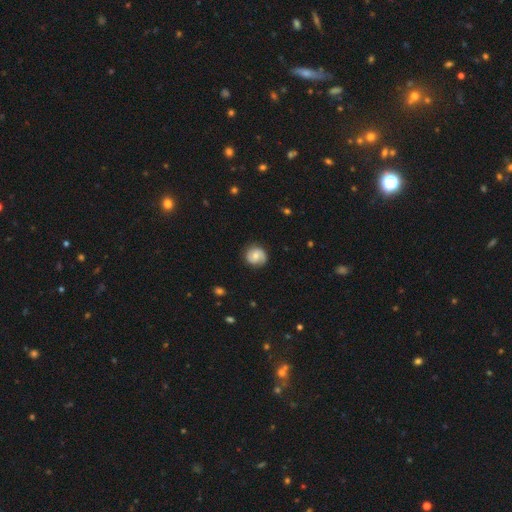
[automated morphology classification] smooth-or-featured: smooth: 49% | featured or disk: 43% | star or artifact: 8%
  merging: none: 78% | minor disturbance: 16% | major disturbance: 4% | merger: 1%